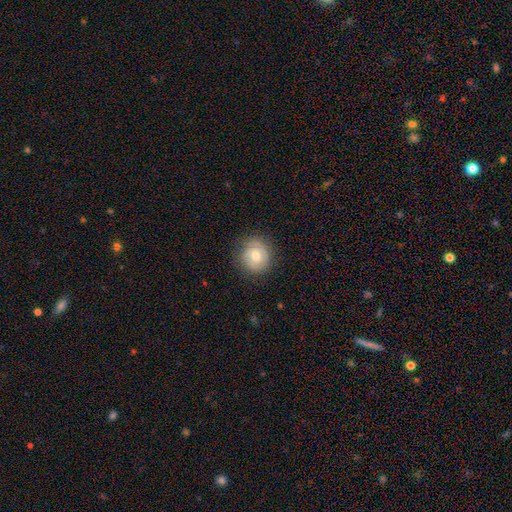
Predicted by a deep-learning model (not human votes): Overall: smooth (61%; featured or disk 32%). How rounded: round (86%). Merging: none (80%).